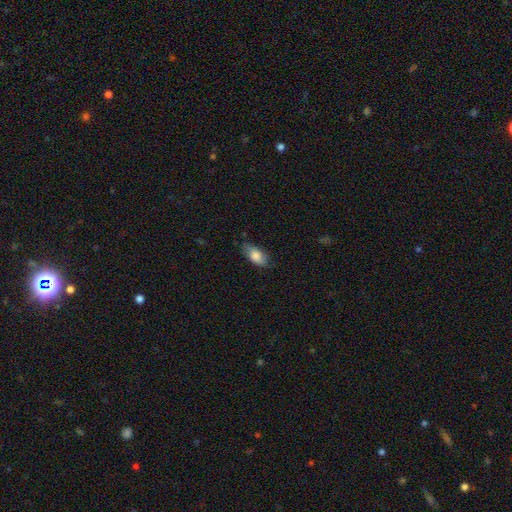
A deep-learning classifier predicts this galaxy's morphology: This is likely a smooth galaxy (80%). How rounded: clearly in between (87%). Merging: likely none (74%).